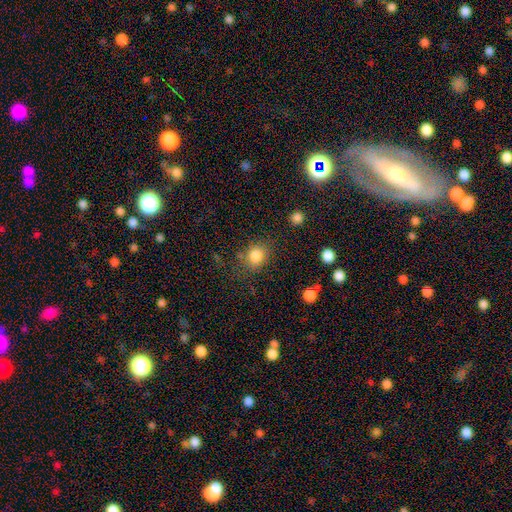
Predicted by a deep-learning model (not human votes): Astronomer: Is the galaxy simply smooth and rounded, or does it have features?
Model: smooth — 84%.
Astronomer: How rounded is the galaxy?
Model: round — 58% (runner-up: in between, 41%).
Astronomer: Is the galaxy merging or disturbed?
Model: none — 73%.